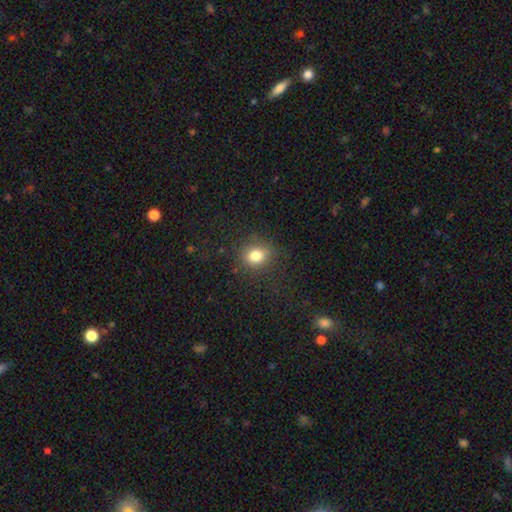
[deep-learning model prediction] Morphology: type=smooth (81%); roundness=round (71%); merging=none (84%).